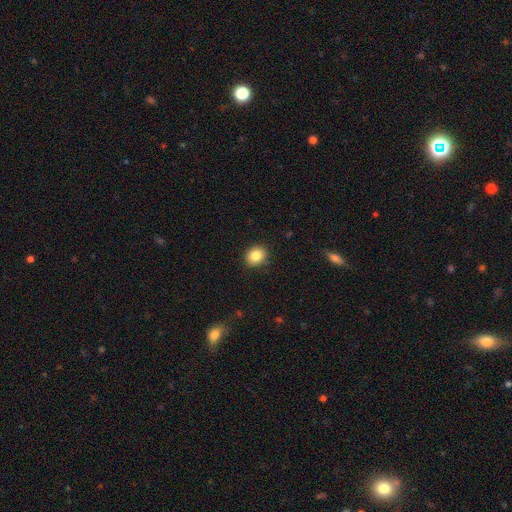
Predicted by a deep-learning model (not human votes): Q: Smooth or featured?
A: smooth (85%); runner-up: star or artifact (9%)
Q: How rounded?
A: round (72%); runner-up: in between (27%)
Q: Merging?
A: none (90%); runner-up: minor disturbance (7%)